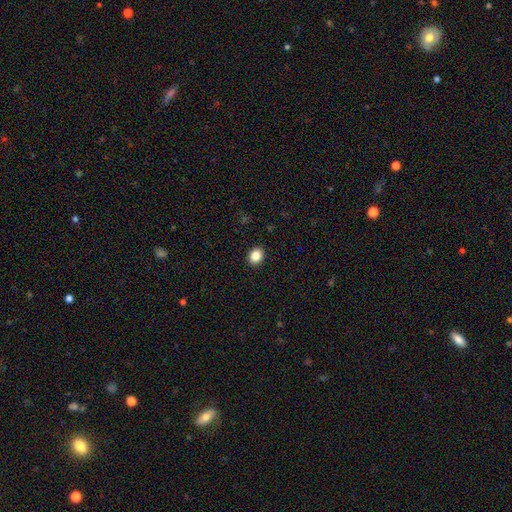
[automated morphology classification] Q: Smooth or featured?
A: smooth (86%); runner-up: star or artifact (10%)
Q: How rounded?
A: round (51%); runner-up: in between (48%)
Q: Merging?
A: none (92%); runner-up: minor disturbance (6%)